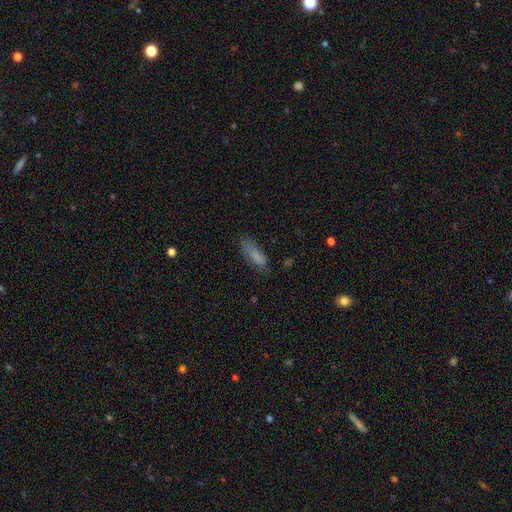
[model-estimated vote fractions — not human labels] This is clearly a smooth galaxy (81%). How rounded: possibly in between (55%). Merging: likely none (64%).